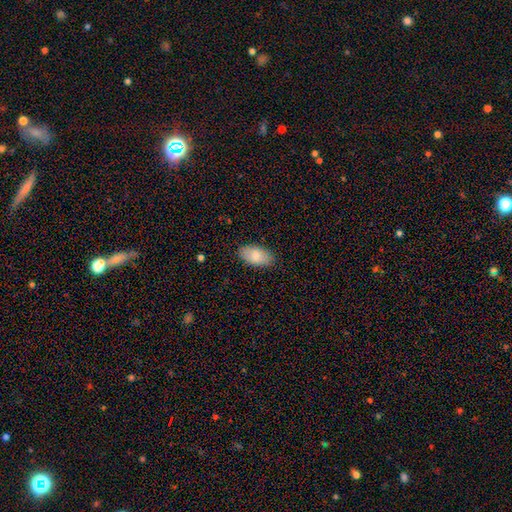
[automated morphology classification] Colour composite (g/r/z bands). It shows a smooth galaxy with no disk features (81%) that is in between round and cigar-shaped (95%). Merging: none (85%).